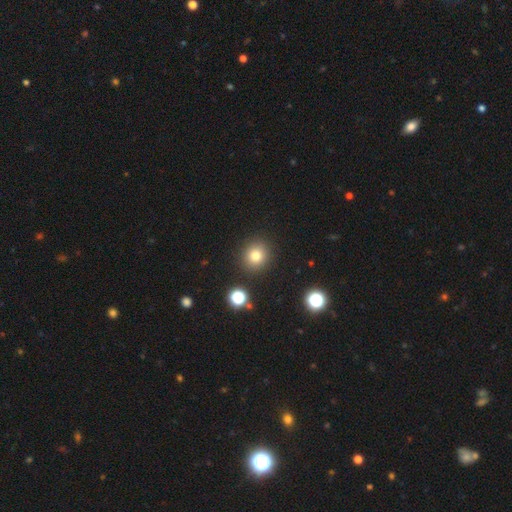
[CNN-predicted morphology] This appears to be a smooth galaxy with no disk features (79%) that is round (90%). Merging: none (89%).